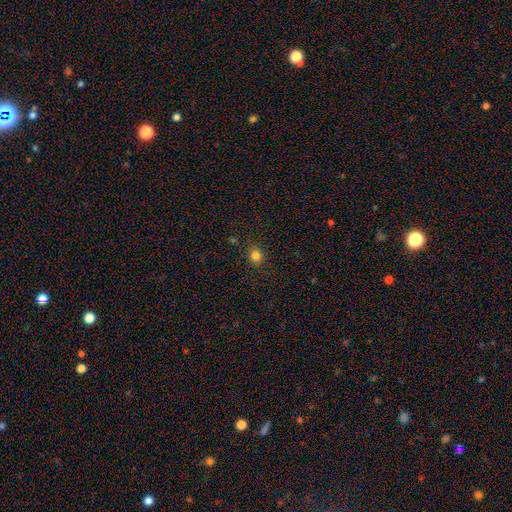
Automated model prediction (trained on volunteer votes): Q: Smooth or featured?
A: smooth (81%); runner-up: star or artifact (14%)
Q: How rounded?
A: round (80%); runner-up: in between (19%)
Q: Merging?
A: none (87%); runner-up: minor disturbance (9%)